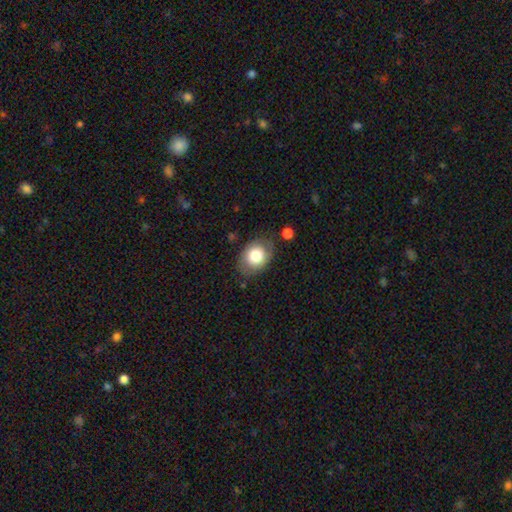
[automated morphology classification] Smooth or featured: smooth — 75% (featured or disk — 17%)
How rounded: in between — 63% (round — 37%)
Merging: none — 75% (minor disturbance — 17%)